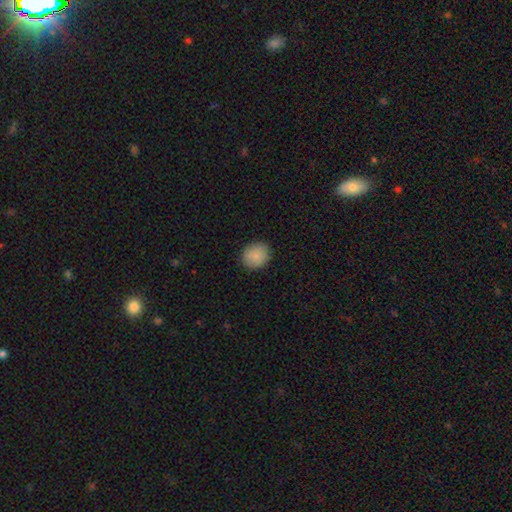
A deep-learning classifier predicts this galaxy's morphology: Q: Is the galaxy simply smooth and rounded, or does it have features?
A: smooth — 85%.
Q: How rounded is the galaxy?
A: round — 70%.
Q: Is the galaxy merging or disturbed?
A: none — 87%.